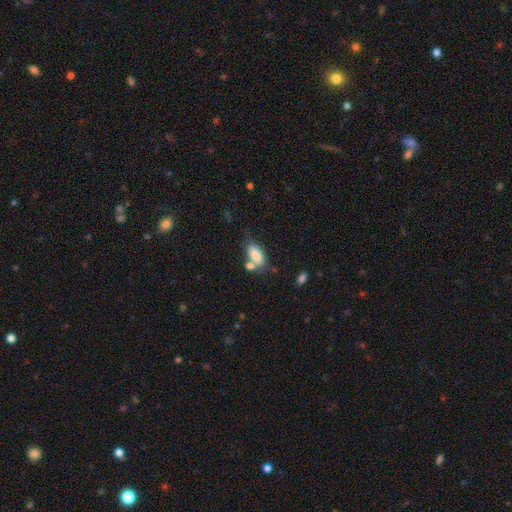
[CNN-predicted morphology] Smooth or featured? smooth (79%)
How rounded? in between (87%)
Merging? none (46%)